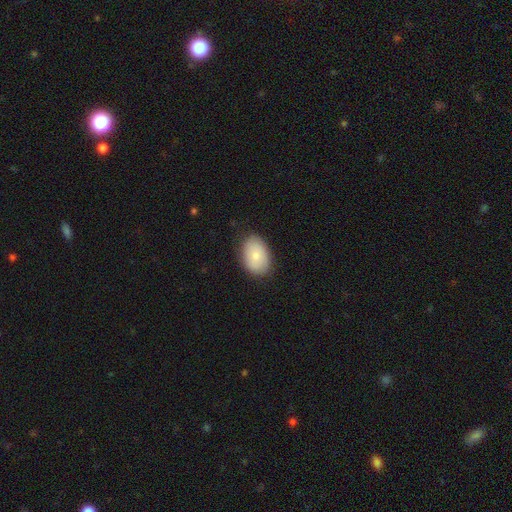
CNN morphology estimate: This is likely a smooth galaxy (79%). How rounded: clearly in between (85%). Merging: clearly none (83%).